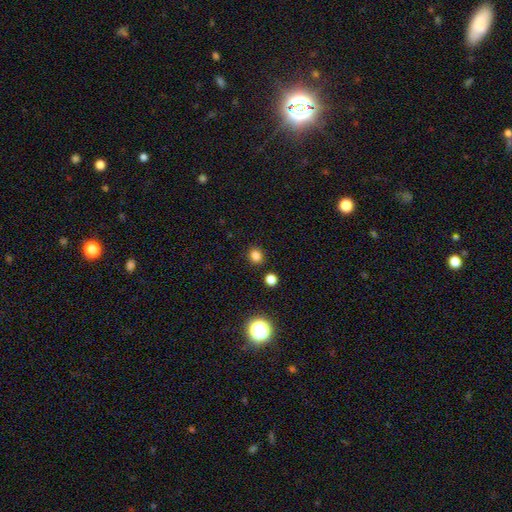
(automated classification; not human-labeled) Overall: smooth (81%). How rounded: round (78%). Merging: none (88%).